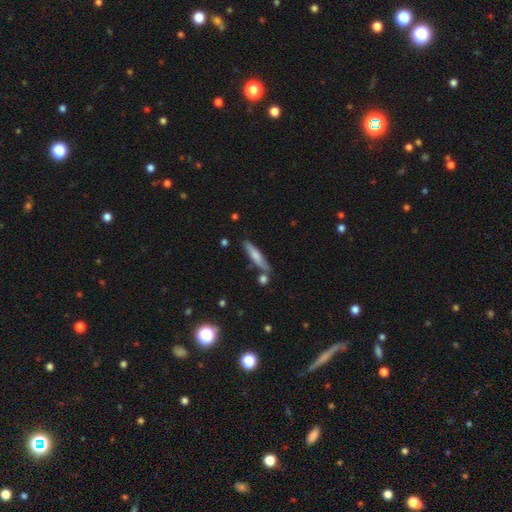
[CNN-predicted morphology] This is likely a smooth galaxy (66%). How rounded: clearly cigar-shaped (85%). Merging: likely none (76%).